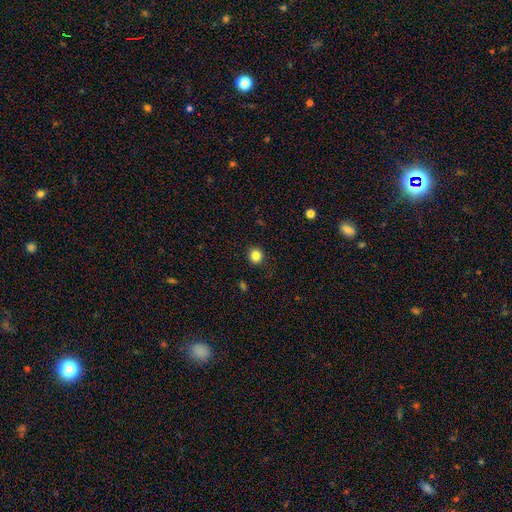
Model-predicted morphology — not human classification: A smooth galaxy with no disk features (84%) that is round (90%). Merging: none (91%).